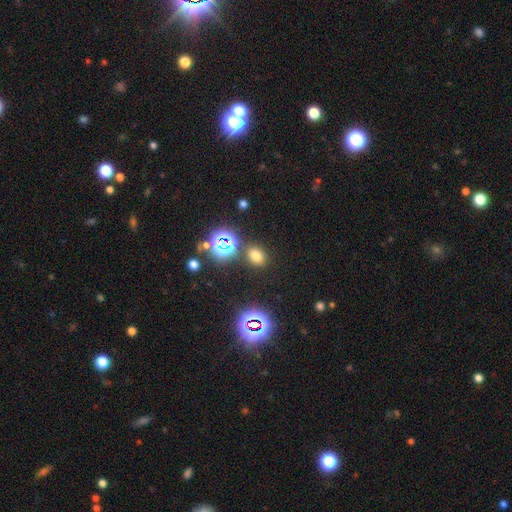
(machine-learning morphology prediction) A smooth galaxy with no disk features (66%) that is in between round and cigar-shaped (52%).

Vote fractions:
- Smooth or featured? smooth: 66% / star or artifact: 28% / featured or disk: 7%
- How rounded? in between: 52% / round: 47% / cigar-shaped: 1%
- Merging? none: 83% / minor disturbance: 9% / merger: 5% / major disturbance: 3%